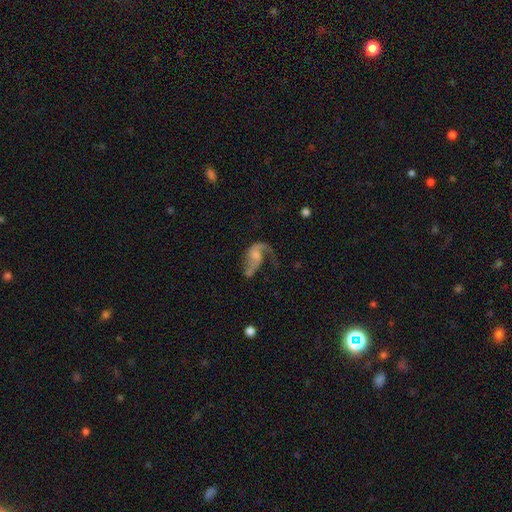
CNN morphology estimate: A featured or disk galaxy (76%) with no bar (57%), 2 (62%) loose (69%) spiral arms (88%) and a small central bulge (46%). Merging: major disturbance (37%).